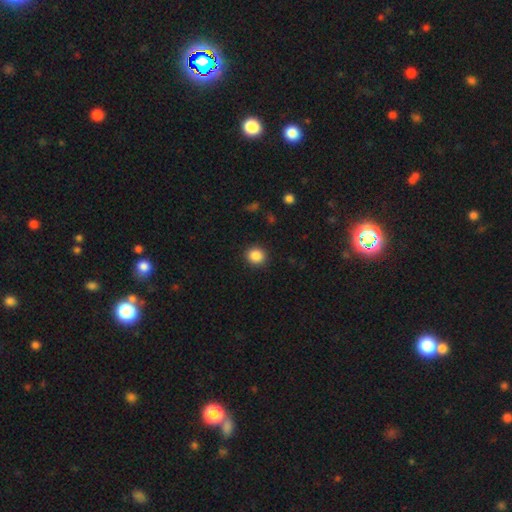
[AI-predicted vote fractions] Overall: smooth (87%). How rounded: round (82%). Merging: none (91%).